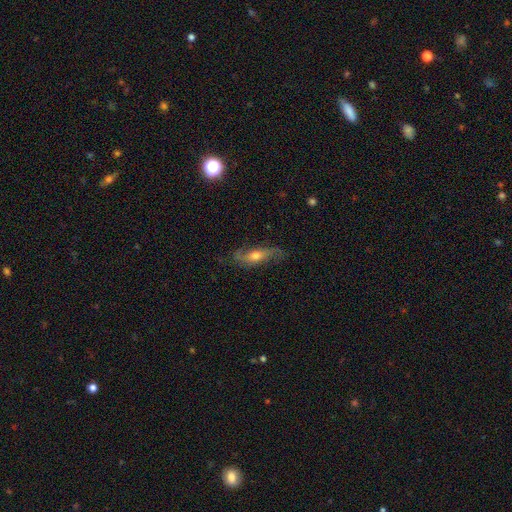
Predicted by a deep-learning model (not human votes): smooth-or-featured: featured or disk: 62% | smooth: 30% | star or artifact: 8%
  disk-edge-on: no: 68% | yes: 32%
  merging: none: 66% | minor disturbance: 22% | major disturbance: 10% | merger: 2%